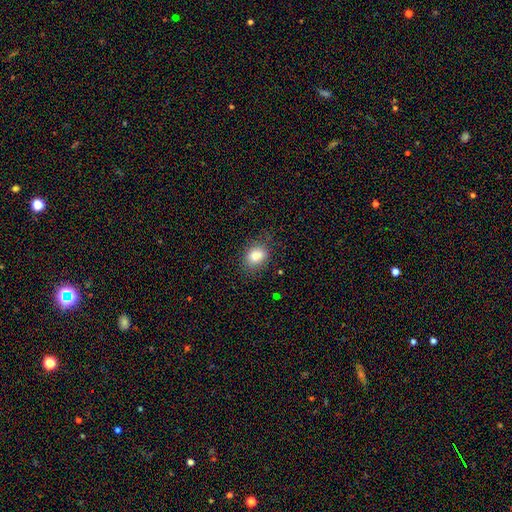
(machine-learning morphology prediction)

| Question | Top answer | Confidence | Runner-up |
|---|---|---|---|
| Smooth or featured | smooth | 81% | star or artifact (10%) |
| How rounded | in between | 60% | round (39%) |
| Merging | none | 76% | minor disturbance (17%) |